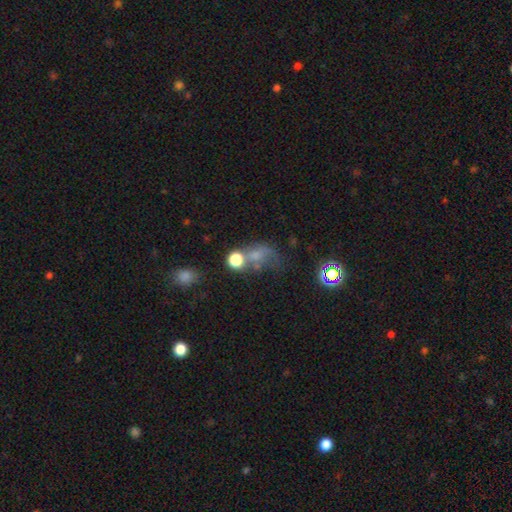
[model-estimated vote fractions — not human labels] Smooth or featured? Predicted: smooth (p=0.49). Merging? Predicted: none (p=0.30).